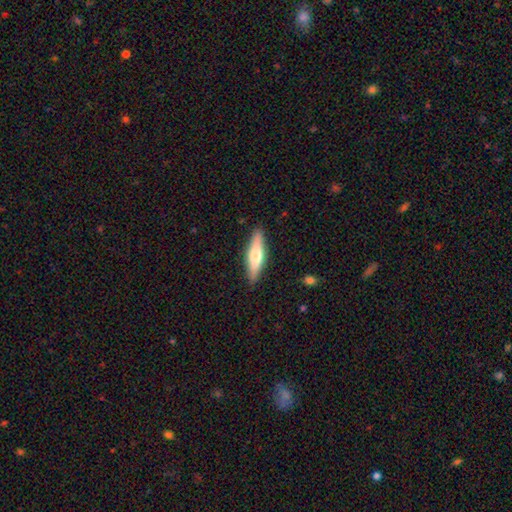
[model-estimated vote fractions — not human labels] This appears to be a smooth galaxy with no disk features (56%) that is cigar-shaped (69%). Merging: none (89%).